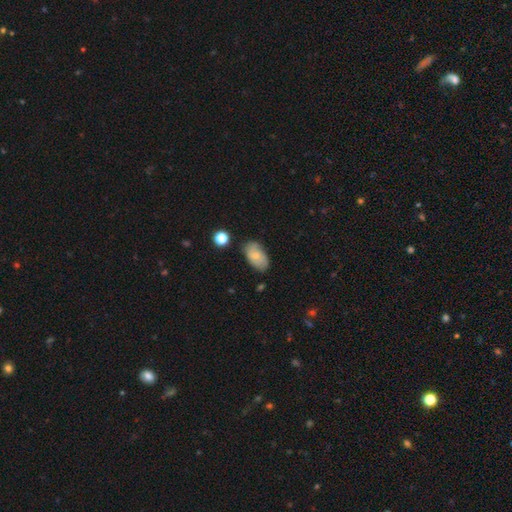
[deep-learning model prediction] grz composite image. It shows a smooth galaxy with no disk features (59%) that is in between round and cigar-shaped (92%). Merging: none (69%).